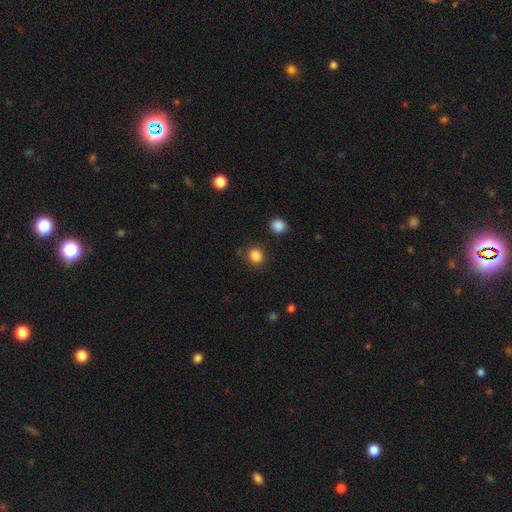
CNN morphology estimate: Smooth or featured?
  - smooth: 85% *
  - star or artifact: 11%
  - featured or disk: 4%
How rounded?
  - round: 83% *
  - in between: 17%
  - cigar-shaped: 1%
Merging?
  - none: 85% *
  - minor disturbance: 9%
  - major disturbance: 3%
  - merger: 3%